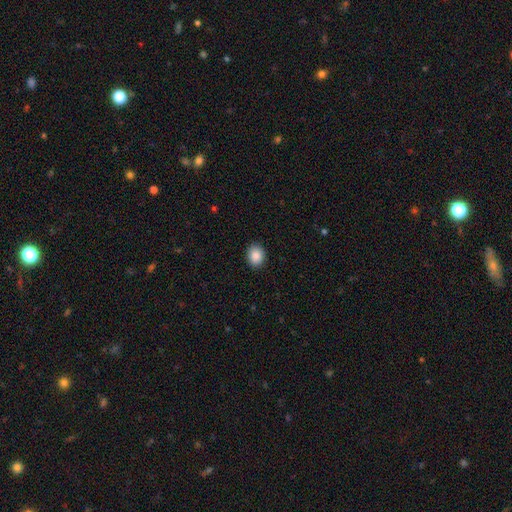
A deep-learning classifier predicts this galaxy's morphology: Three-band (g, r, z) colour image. It shows a smooth galaxy with no disk features (89%) that is round (57%). Merging: none (90%).